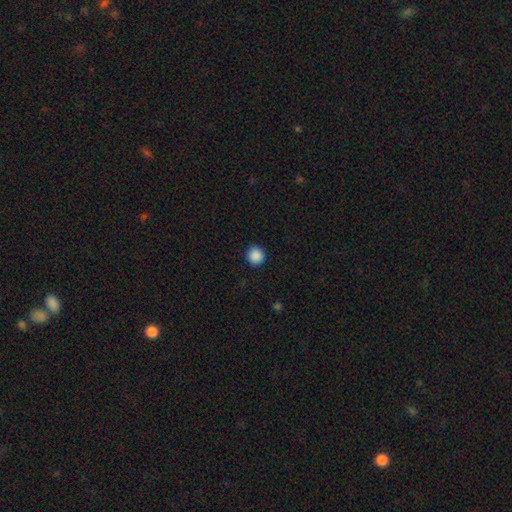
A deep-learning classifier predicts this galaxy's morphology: A smooth galaxy with no disk features (89%) that is round (95%). Merging: none (92%).